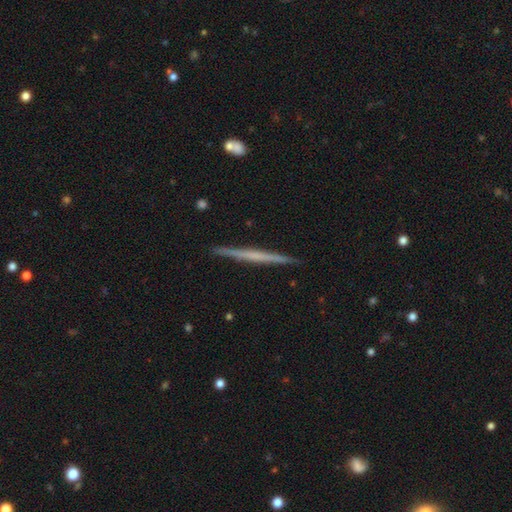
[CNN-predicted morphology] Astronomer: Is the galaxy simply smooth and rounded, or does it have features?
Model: featured or disk — 59% (runner-up: smooth, 35%).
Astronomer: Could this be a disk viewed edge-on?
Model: yes — 98%.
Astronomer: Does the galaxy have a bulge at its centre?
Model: none — 83%.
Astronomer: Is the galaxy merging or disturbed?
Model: none — 92%.